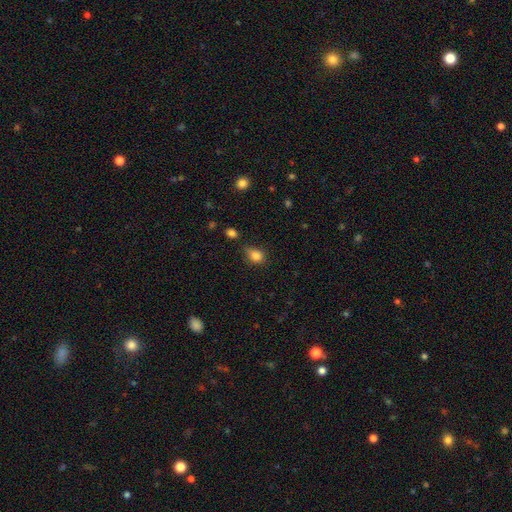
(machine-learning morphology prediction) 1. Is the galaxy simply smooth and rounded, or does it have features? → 82% smooth, 11% star or artifact, 7% featured or disk.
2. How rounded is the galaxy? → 60% in between, 38% round, 2% cigar-shaped.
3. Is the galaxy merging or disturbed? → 54% none, 34% minor disturbance, 8% major disturbance, 5% merger.